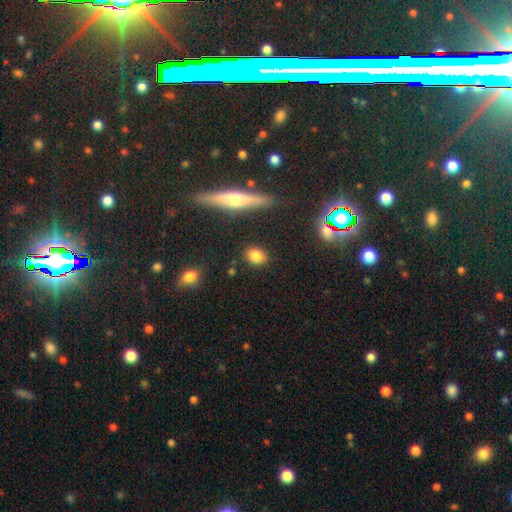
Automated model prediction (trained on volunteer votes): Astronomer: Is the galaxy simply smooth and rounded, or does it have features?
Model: smooth — 82%.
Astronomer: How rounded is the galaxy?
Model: in between — 54% (runner-up: round, 42%).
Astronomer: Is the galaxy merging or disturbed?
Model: none — 86%.